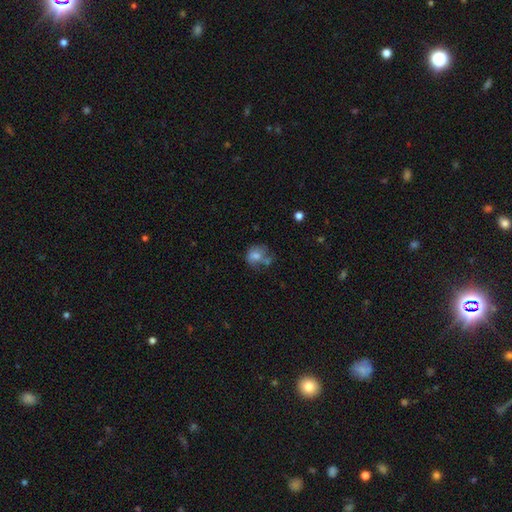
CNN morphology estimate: Smooth or featured? smooth (65%)
How rounded? round (62%)
Merging? none (41%)